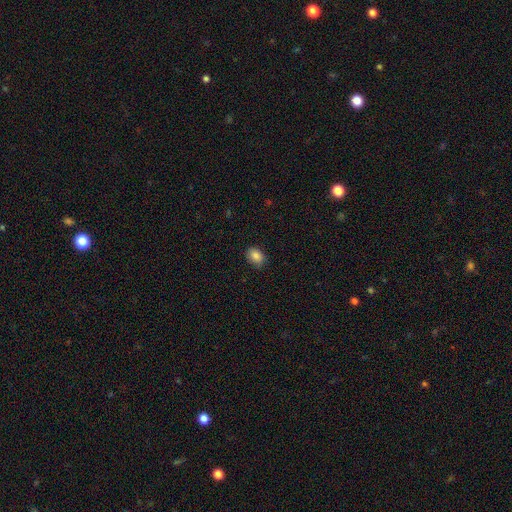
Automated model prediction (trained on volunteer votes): A smooth galaxy with no disk features (87%) that is in between round and cigar-shaped (72%). Merging: none (84%).